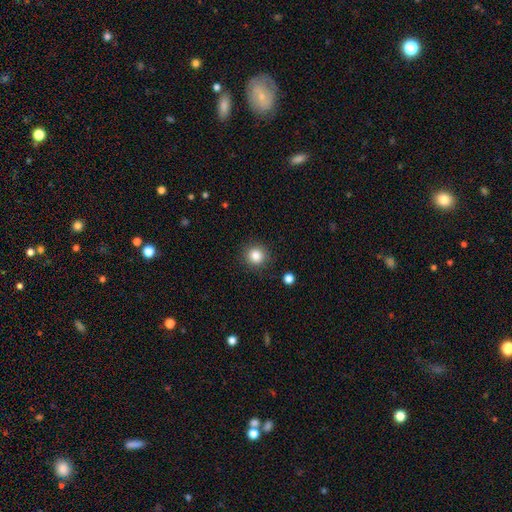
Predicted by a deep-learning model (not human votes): Smooth or featured? smooth (84%)
How rounded? round (92%)
Merging? none (89%)